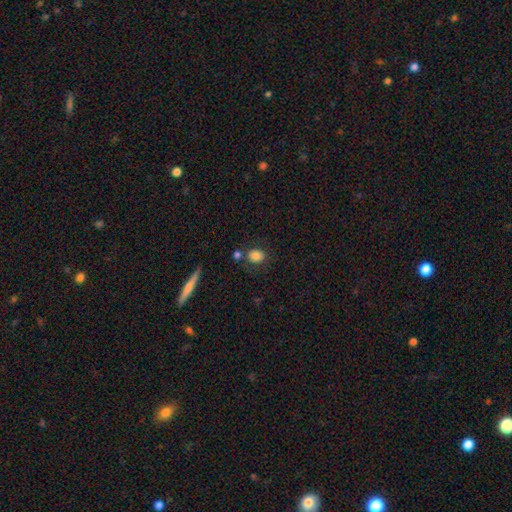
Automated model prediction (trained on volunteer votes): A smooth galaxy with no disk features (82%) that is in between round and cigar-shaped (55%).

Vote fractions:
- Smooth or featured? smooth: 82% / star or artifact: 10% / featured or disk: 9%
- How rounded? in between: 55% / round: 43% / cigar-shaped: 2%
- Merging? none: 68% / minor disturbance: 14% / merger: 13% / major disturbance: 5%